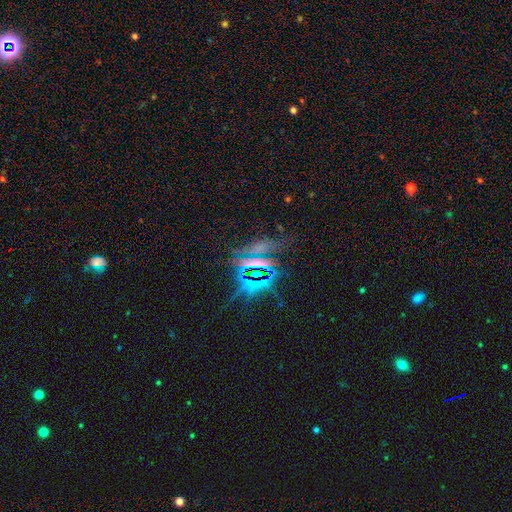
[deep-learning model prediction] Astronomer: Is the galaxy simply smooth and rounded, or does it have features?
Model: star or artifact — 76%.